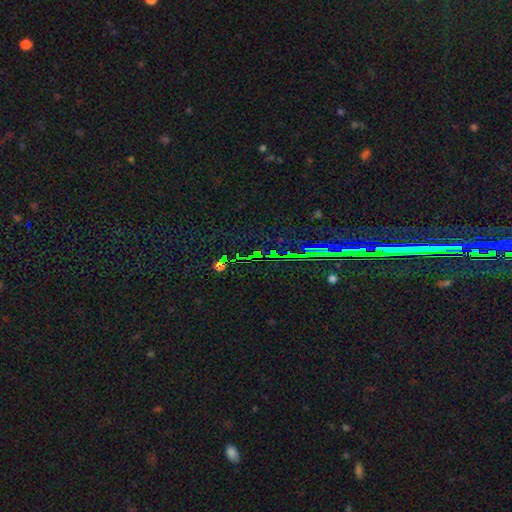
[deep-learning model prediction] Overall: star or artifact (82%).